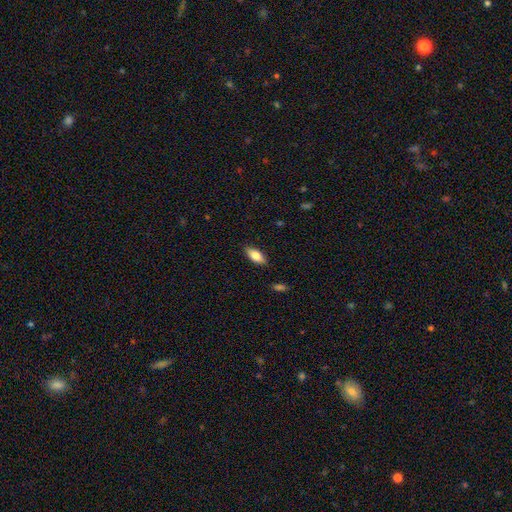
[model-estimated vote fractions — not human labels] Morphology: type=smooth (73%); roundness=in between (81%); merging=none (86%).